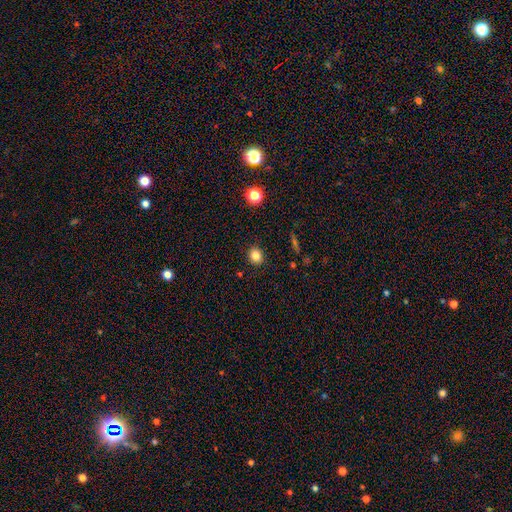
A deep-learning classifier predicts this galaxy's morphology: A smooth galaxy with no disk features (82%) that is round (68%).

Vote fractions:
- Smooth or featured? smooth: 82% / star or artifact: 12% / featured or disk: 6%
- How rounded? round: 68% / in between: 31% / cigar-shaped: 1%
- Merging? none: 89% / minor disturbance: 8% / major disturbance: 2% / merger: 1%